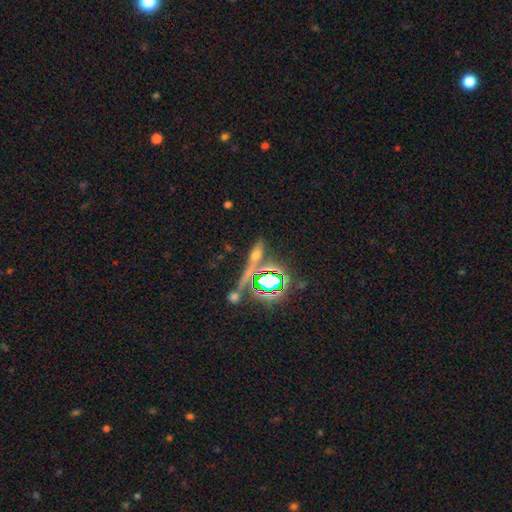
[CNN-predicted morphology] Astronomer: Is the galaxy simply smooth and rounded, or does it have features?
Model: smooth — 42% (runner-up: star or artifact, 35%).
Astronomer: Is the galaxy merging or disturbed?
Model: none — 69%.